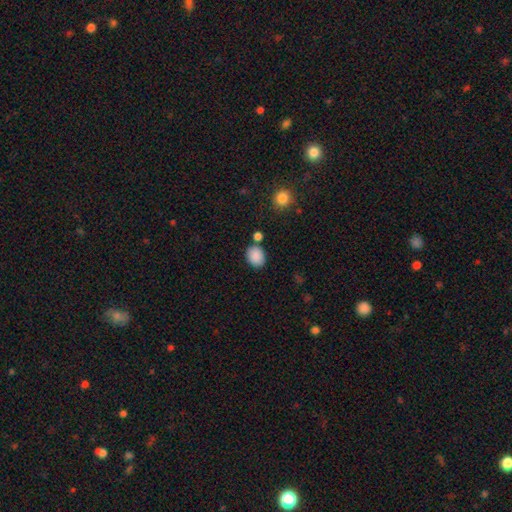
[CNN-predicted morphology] A smooth galaxy with no disk features (88%) that is in between round and cigar-shaped (53%).

Vote fractions:
- Smooth or featured? smooth: 88% / star or artifact: 9% / featured or disk: 4%
- How rounded? in between: 53% / round: 46% / cigar-shaped: 1%
- Merging? none: 75% / minor disturbance: 12% / merger: 9% / major disturbance: 4%